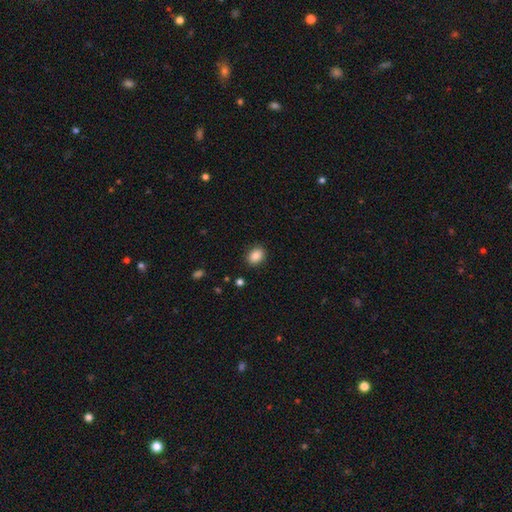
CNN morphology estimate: Q: Smooth or featured?
A: smooth (86%); runner-up: star or artifact (9%)
Q: How rounded?
A: in between (64%); runner-up: round (35%)
Q: Merging?
A: none (88%); runner-up: minor disturbance (9%)